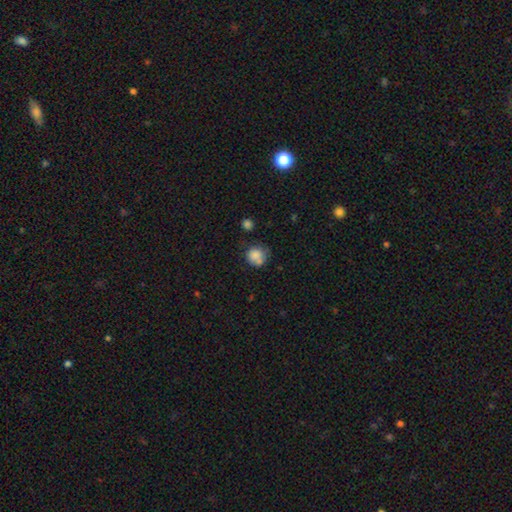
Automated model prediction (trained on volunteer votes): Smooth or featured?
  - smooth: 79% *
  - featured or disk: 11%
  - star or artifact: 9%
How rounded?
  - round: 83% *
  - in between: 16%
  - cigar-shaped: 1%
Merging?
  - none: 53% *
  - minor disturbance: 24%
  - merger: 14%
  - major disturbance: 9%